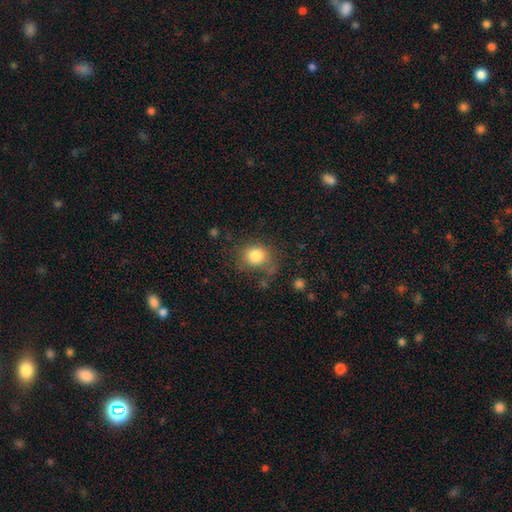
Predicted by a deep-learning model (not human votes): Overall: smooth (82%). How rounded: round (74%). Merging: none (65%).